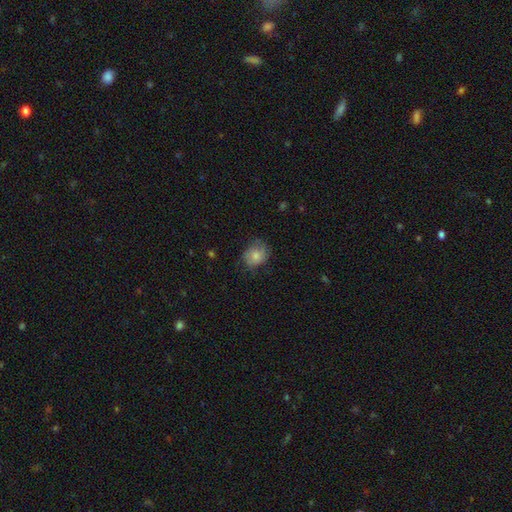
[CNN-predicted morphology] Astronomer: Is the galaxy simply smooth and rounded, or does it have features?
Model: smooth — 71%.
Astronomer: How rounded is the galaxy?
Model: in between — 50% (runner-up: round, 49%).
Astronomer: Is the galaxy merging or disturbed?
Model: none — 62%.